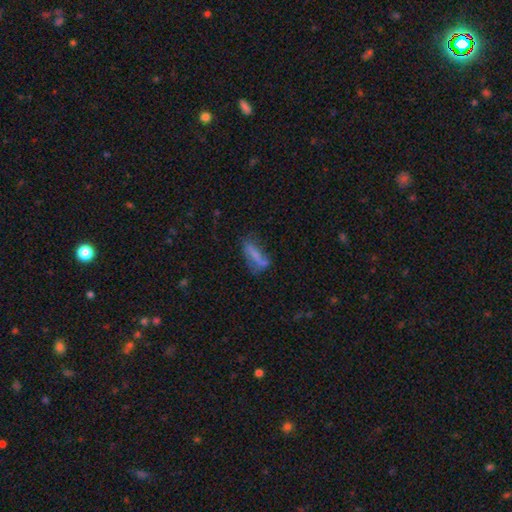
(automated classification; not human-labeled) Overall: smooth (58%; featured or disk 31%). How rounded: cigar-shaped (51%; in between 46%). Merging: none (43%; minor disturbance 27%).